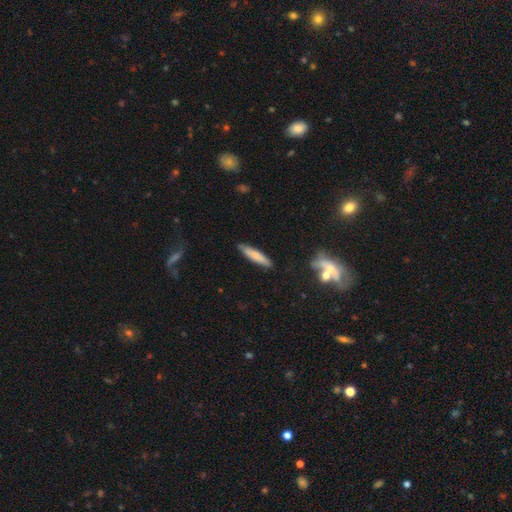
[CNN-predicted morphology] A smooth galaxy with no disk features (76%) that is cigar-shaped (86%).

Vote fractions:
- Smooth or featured? smooth: 76% / featured or disk: 18% / star or artifact: 6%
- How rounded? cigar-shaped: 86% / in between: 12% / round: 1%
- Merging? none: 87% / minor disturbance: 10% / major disturbance: 2% / merger: 2%